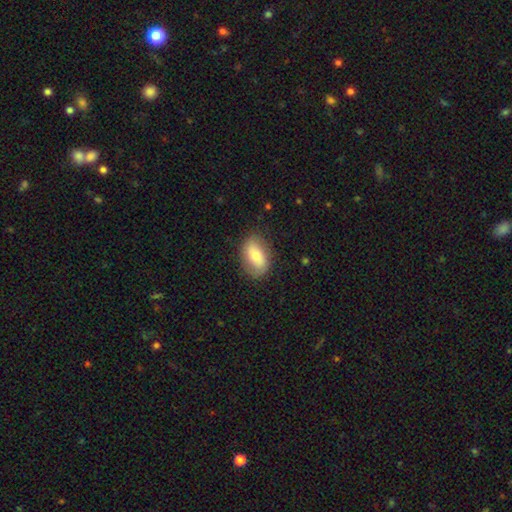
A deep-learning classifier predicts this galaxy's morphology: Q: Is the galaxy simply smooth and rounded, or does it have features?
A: smooth — 63%.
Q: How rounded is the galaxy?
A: in between — 87%.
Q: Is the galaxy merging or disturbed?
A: none — 79%.